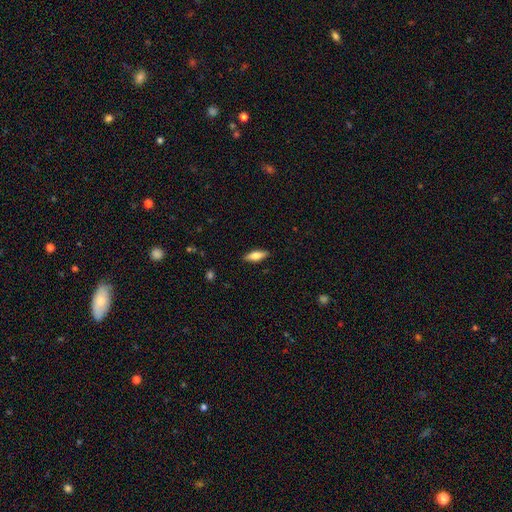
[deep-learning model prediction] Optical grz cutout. It shows a smooth galaxy with no disk features (67%) that is in between round and cigar-shaped (62%). Merging: none (88%).